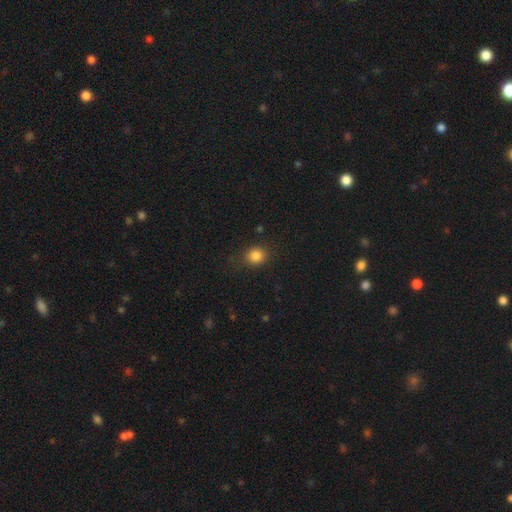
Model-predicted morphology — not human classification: Overall: smooth (84%). How rounded: round (77%). Merging: none (81%).